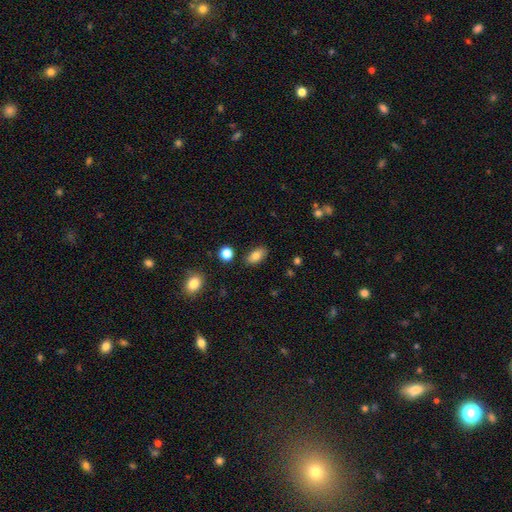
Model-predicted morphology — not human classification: This appears to be a smooth galaxy with no disk features (81%) that is in between round and cigar-shaped (90%). Merging: none (85%).